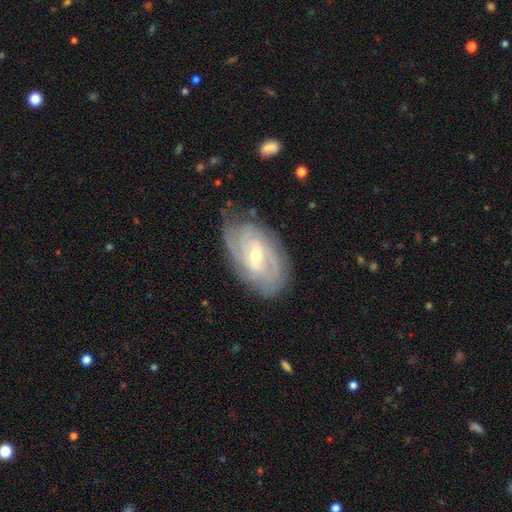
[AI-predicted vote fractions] featured or disk 86%, smooth 9%, star or artifact 5%. Down the decision tree: edge-on disk — no (95%); bar — weak (51%); spiral arms — yes (95%); spiral arm count — can't tell (31%); spiral winding — tight (71%); bulge size — moderate (51%); merging — none (77%).